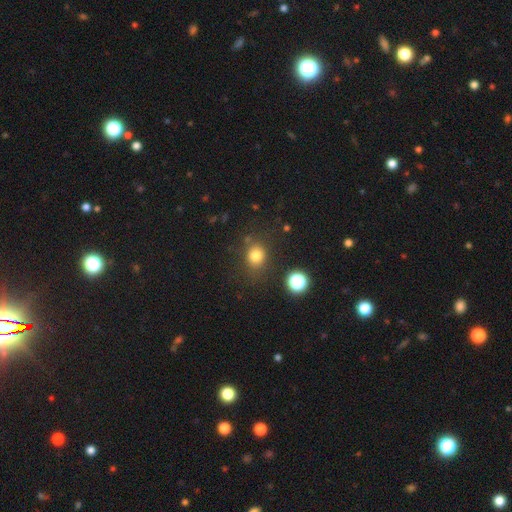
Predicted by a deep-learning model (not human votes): A smooth galaxy with no disk features (77%) that is round (70%).

Vote fractions:
- Smooth or featured? smooth: 77% / star or artifact: 15% / featured or disk: 7%
- How rounded? round: 70% / in between: 29% / cigar-shaped: 1%
- Merging? none: 75% / minor disturbance: 14% / major disturbance: 6% / merger: 5%